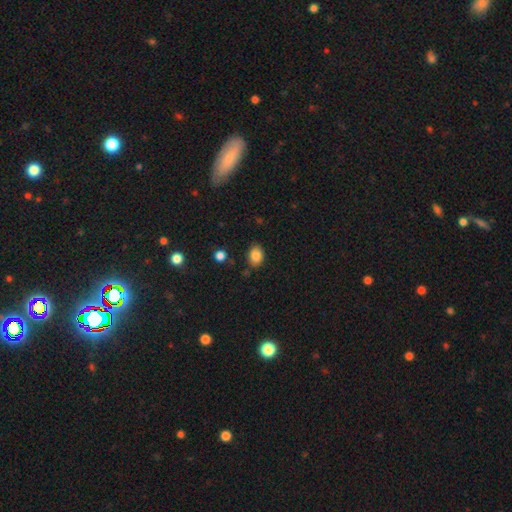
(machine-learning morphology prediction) The model was most divided on "how rounded": in between: 67%, round: 32%, cigar-shaped: 1%. More confident: smooth or featured — smooth (84%); merging — none (81%).